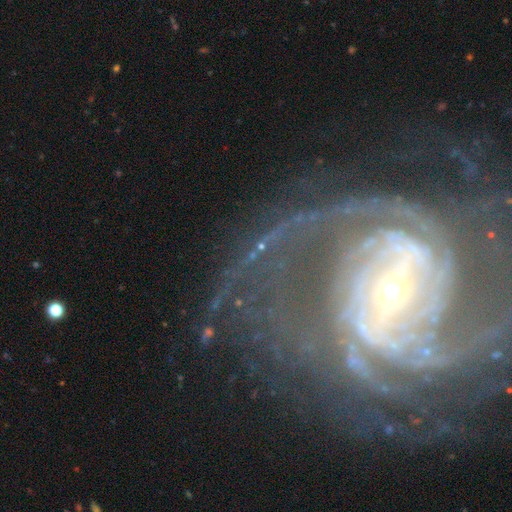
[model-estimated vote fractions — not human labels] Smooth or featured? featured or disk (86%)
Edge-on disk? no (95%)
Bar? strong (46%)
Spiral arms? yes (92%)
Spiral winding? tight (58%)
Spiral arm count? 2 (28%)
Bulge size? small (69%)
Merging? none (61%)